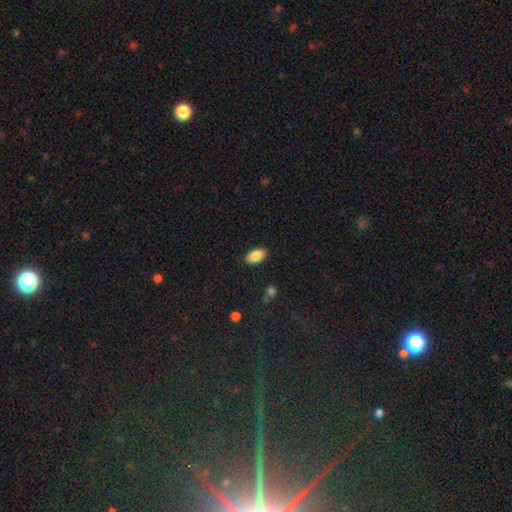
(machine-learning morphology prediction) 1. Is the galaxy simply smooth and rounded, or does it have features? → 88% smooth, 7% star or artifact, 5% featured or disk.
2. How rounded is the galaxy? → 94% in between, 3% round, 3% cigar-shaped.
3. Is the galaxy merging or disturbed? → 88% none, 9% minor disturbance, 2% major disturbance, 1% merger.